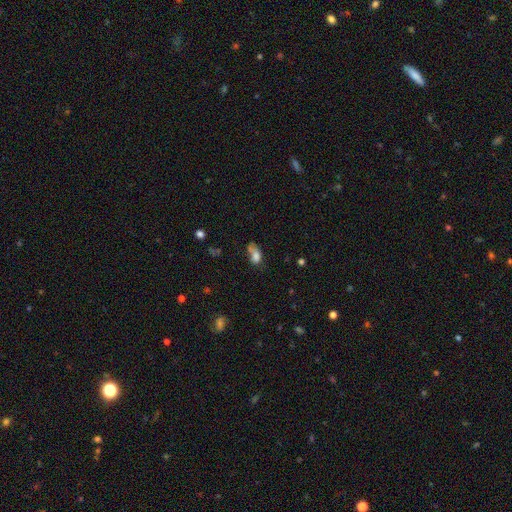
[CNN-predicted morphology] Smooth or featured?
  - smooth: 72% *
  - featured or disk: 15%
  - star or artifact: 13%
How rounded?
  - in between: 81% *
  - round: 14%
  - cigar-shaped: 5%
Merging?
  - none: 31% *
  - merger: 26%
  - minor disturbance: 24%
  - major disturbance: 20%